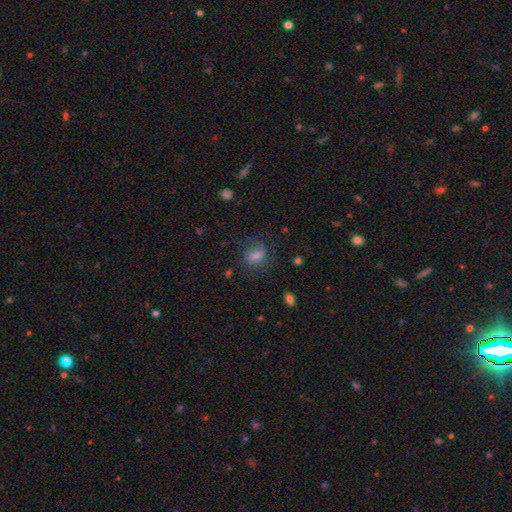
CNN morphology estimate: smooth 57%, featured or disk 24%, star or artifact 19%. Down the decision tree: how rounded — in between (63%); merging — none (66%).